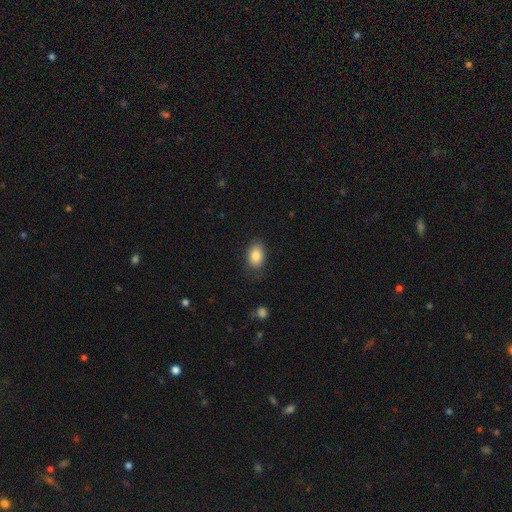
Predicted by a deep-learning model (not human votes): smooth 84%, featured or disk 8%, star or artifact 8%. Down the decision tree: how rounded — in between (85%); merging — none (75%).